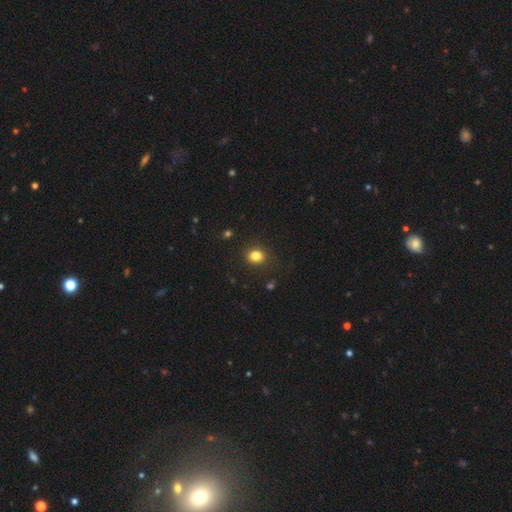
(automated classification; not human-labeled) Q: Smooth or featured?
A: smooth (82%); runner-up: star or artifact (12%)
Q: How rounded?
A: round (66%); runner-up: in between (33%)
Q: Merging?
A: none (87%); runner-up: minor disturbance (9%)